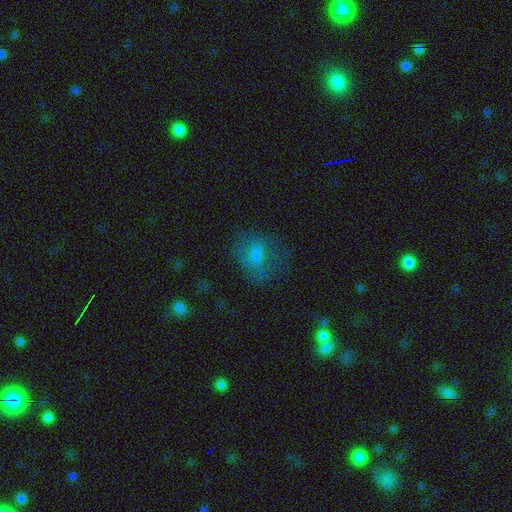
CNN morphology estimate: Smooth or featured? smooth (56%)
How rounded? round (55%)
Merging? none (60%)